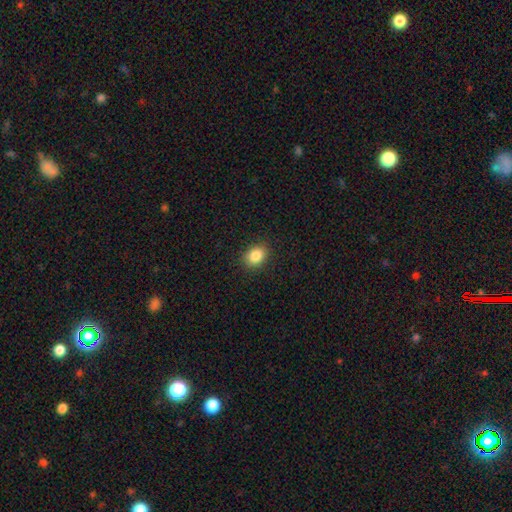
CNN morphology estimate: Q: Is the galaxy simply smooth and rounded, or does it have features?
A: smooth — 85%.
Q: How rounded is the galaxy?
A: in between — 57%.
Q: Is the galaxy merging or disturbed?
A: none — 88%.